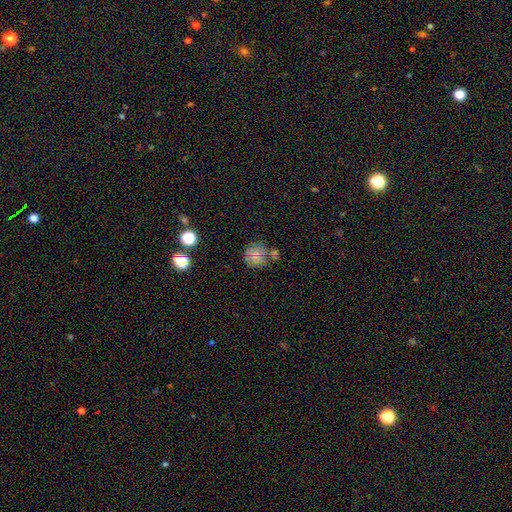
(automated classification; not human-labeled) Smooth or featured: smooth — 72% (featured or disk — 14%)
How rounded: round — 89% (in between — 10%)
Merging: none — 62% (minor disturbance — 17%)